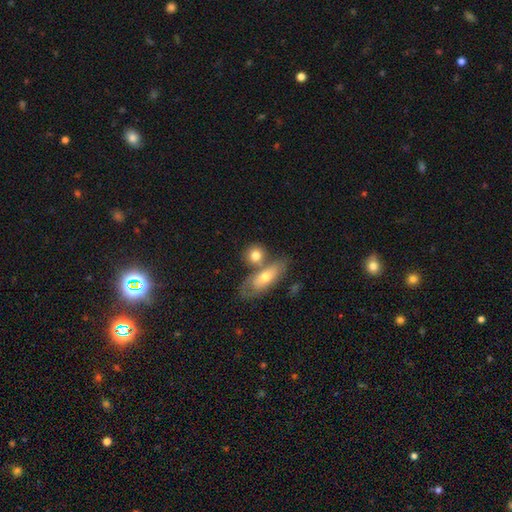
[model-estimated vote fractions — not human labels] A smooth galaxy with no disk features (74%) that is round (53%).

Vote fractions:
- Smooth or featured? smooth: 74% / featured or disk: 20% / star or artifact: 7%
- How rounded? round: 53% / in between: 41% / cigar-shaped: 6%
- Merging? none: 45% / merger: 39% / minor disturbance: 11% / major disturbance: 4%